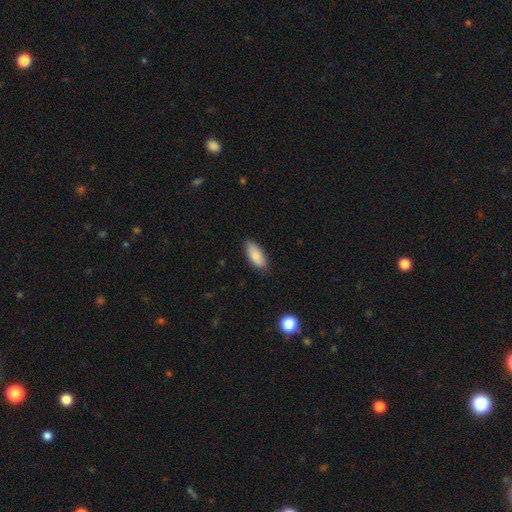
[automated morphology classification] Smooth or featured?
  - smooth: 85% *
  - featured or disk: 9%
  - star or artifact: 6%
How rounded?
  - in between: 84% *
  - cigar-shaped: 14%
  - round: 2%
Merging?
  - none: 82% *
  - minor disturbance: 15%
  - major disturbance: 2%
  - merger: 1%